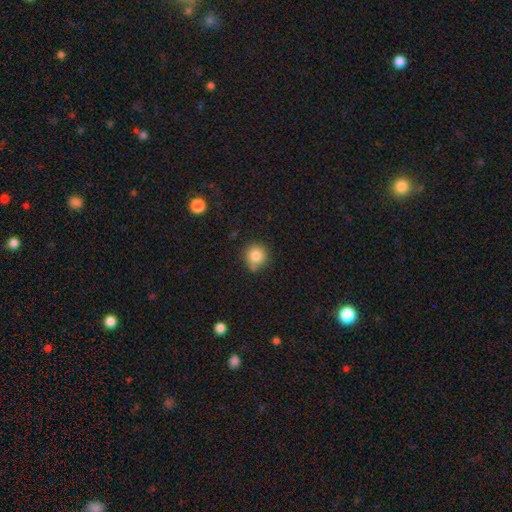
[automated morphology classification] Overall: smooth (82%). How rounded: round (92%). Merging: none (74%).